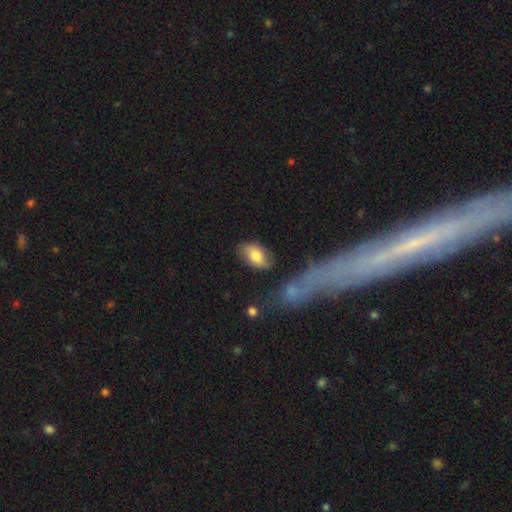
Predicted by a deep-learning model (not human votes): Morphology: type=smooth (72%); roundness=in between (91%); merging=none (72%).